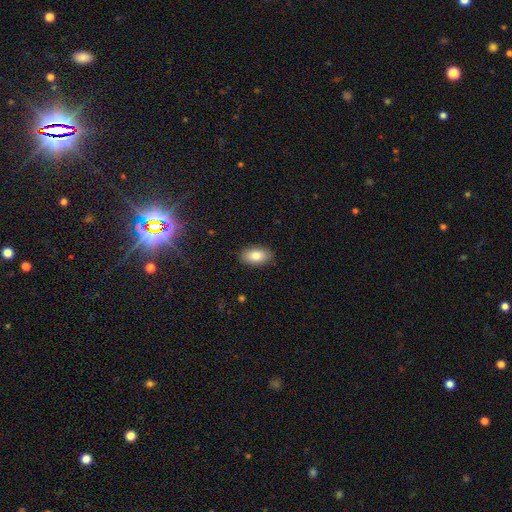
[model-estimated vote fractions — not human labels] smooth_or_featured: smooth (p=0.82) [alt: featured or disk p=0.11]
how_rounded: in between (p=0.93) [alt: round p=0.05]
merging: none (p=0.88) [alt: minor disturbance p=0.09]